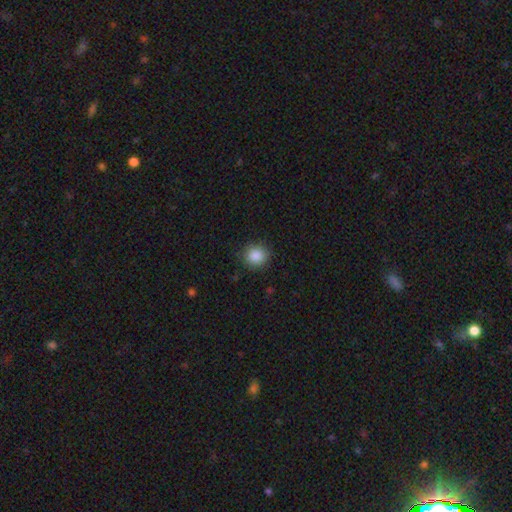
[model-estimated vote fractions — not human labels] Smooth or featured: smooth — 87% (star or artifact — 9%)
How rounded: round — 89% (in between — 10%)
Merging: none — 88% (minor disturbance — 9%)